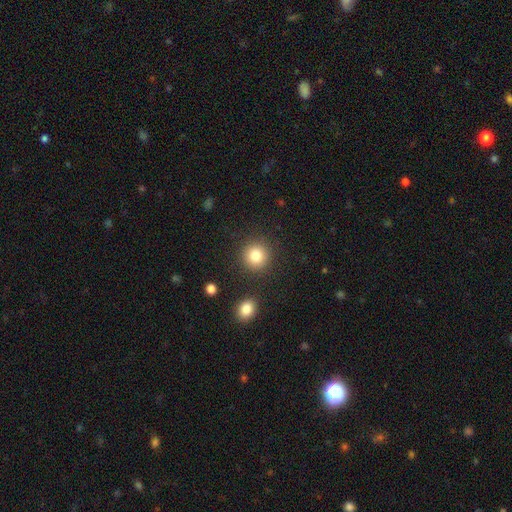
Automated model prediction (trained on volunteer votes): A smooth galaxy with no disk features (83%) that is round (93%). Merging: none (87%).